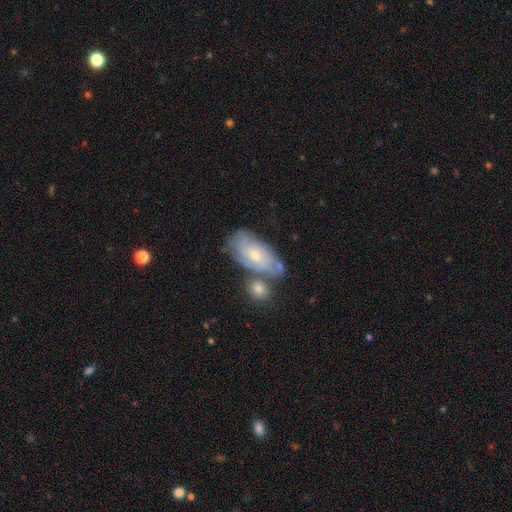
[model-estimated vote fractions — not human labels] Smooth or featured? Predicted: featured or disk (p=0.54). Edge-on disk? Predicted: no (p=0.92). Merging? Predicted: none (p=0.50).